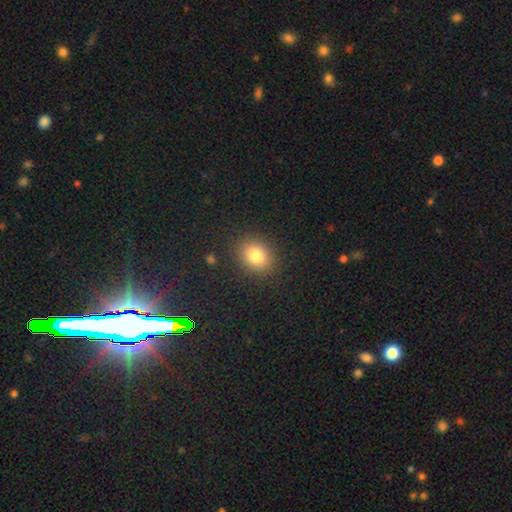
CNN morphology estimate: type=smooth (81%); roundness=in between (50%); merging=none (87%).